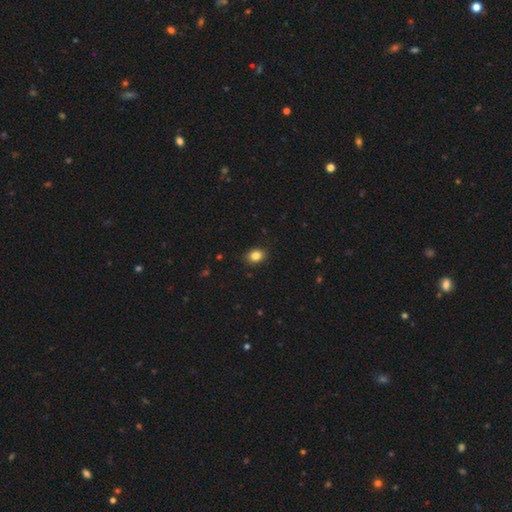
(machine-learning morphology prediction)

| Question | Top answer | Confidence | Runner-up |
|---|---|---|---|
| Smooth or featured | smooth | 84% | star or artifact (10%) |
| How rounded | in between | 60% | round (39%) |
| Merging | none | 89% | minor disturbance (8%) |